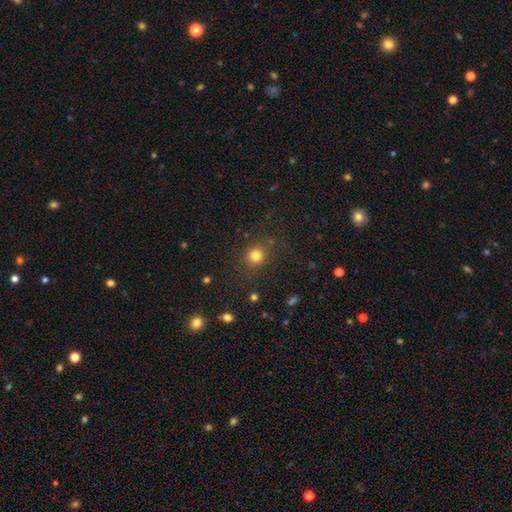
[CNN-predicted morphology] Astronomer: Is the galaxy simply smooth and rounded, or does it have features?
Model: smooth — 80%.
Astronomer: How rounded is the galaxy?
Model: round — 88%.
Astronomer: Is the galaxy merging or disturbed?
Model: none — 82%.